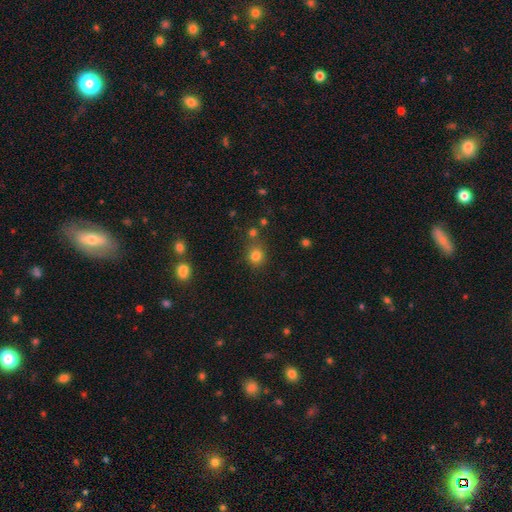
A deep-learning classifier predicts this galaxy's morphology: This appears to be a smooth galaxy with no disk features (79%) that is round (80%). Merging: none (70%).